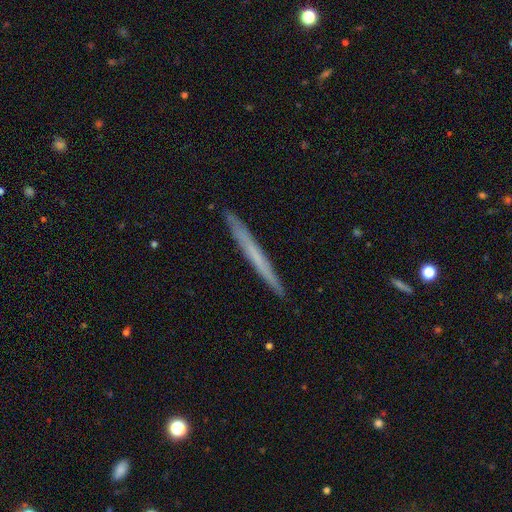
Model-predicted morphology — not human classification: Overall: smooth (50%; featured or disk 44%). Merging: none (92%).